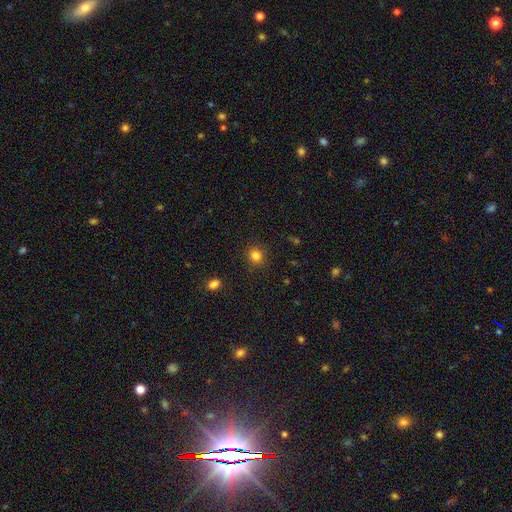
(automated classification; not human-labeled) Smooth or featured? Predicted: smooth (p=0.83). How rounded? Predicted: round (p=0.89). Merging? Predicted: none (p=0.89).